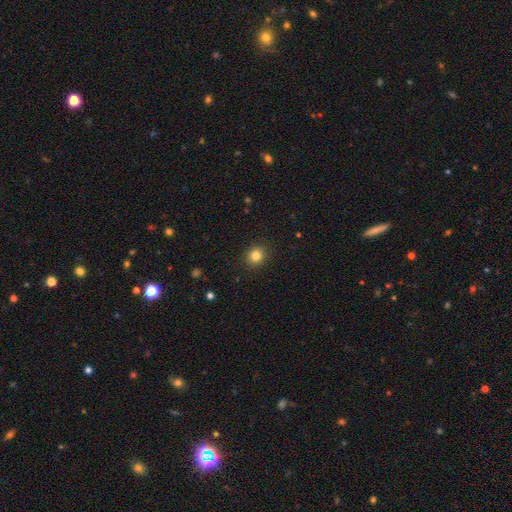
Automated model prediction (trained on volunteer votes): Smooth or featured? smooth (83%)
How rounded? round (83%)
Merging? none (91%)